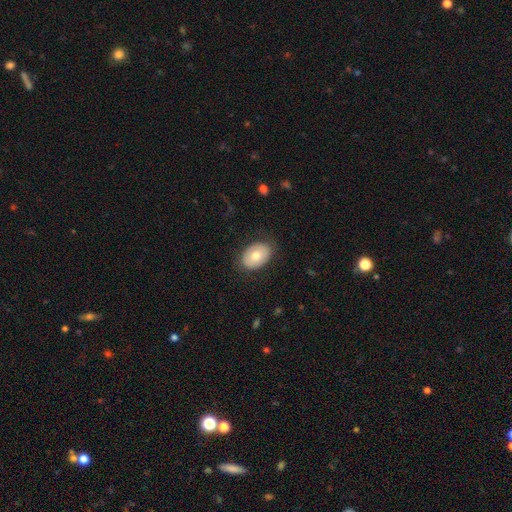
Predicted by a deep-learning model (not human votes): smooth 70%, featured or disk 23%, star or artifact 7%. Down the decision tree: how rounded — in between (79%); merging — none (83%).